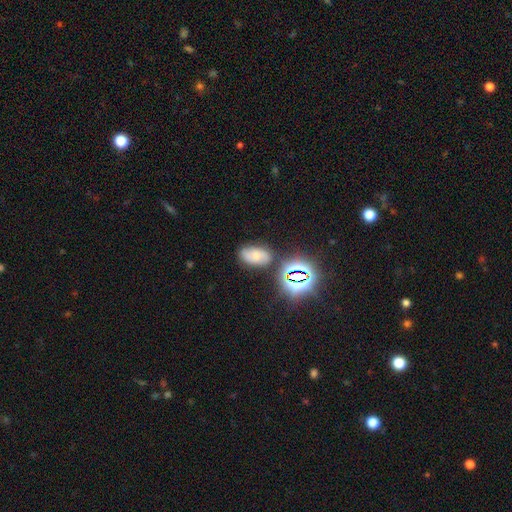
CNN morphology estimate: This appears to be a smooth galaxy with no disk features (41%). Merging: none (72%).